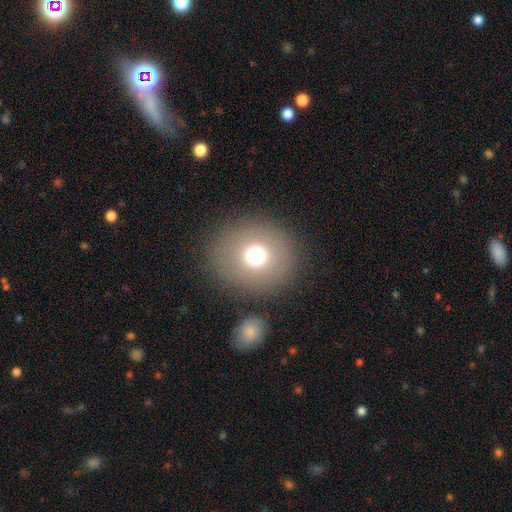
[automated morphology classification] smooth_or_featured: smooth (p=0.71) [alt: featured or disk p=0.15]
how_rounded: round (p=0.78) [alt: in between p=0.21]
merging: none (p=0.84) [alt: minor disturbance p=0.08]